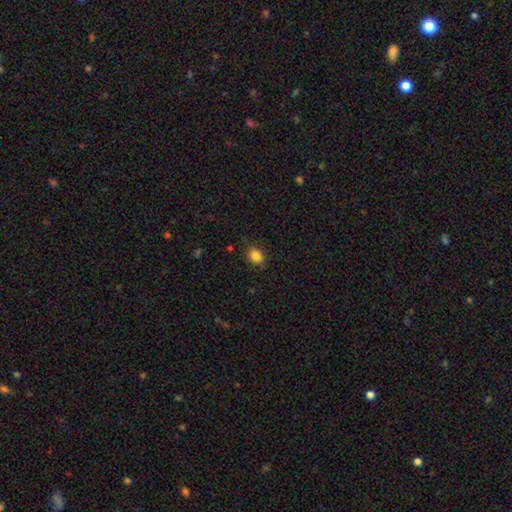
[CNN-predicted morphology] Smooth or featured?
  - smooth: 85% *
  - star or artifact: 11%
  - featured or disk: 5%
How rounded?
  - round: 58% *
  - in between: 41%
  - cigar-shaped: 1%
Merging?
  - none: 83% *
  - minor disturbance: 13%
  - major disturbance: 3%
  - merger: 1%